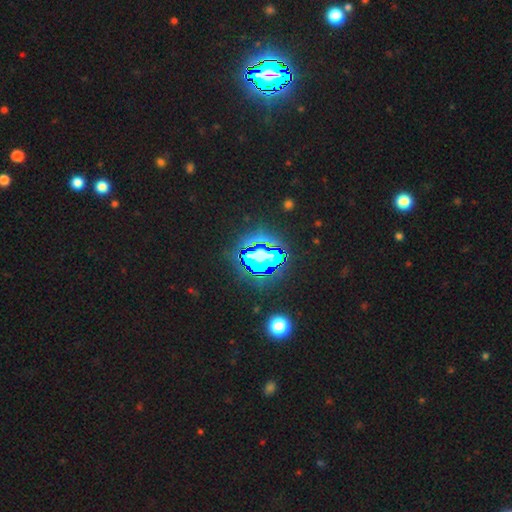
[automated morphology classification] Smooth or featured?
  - star or artifact: 69% *
  - smooth: 18%
  - featured or disk: 14%